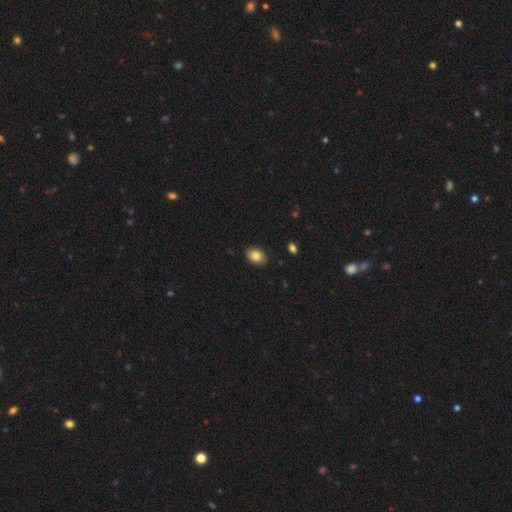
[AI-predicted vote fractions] Smooth or featured?
  - smooth: 84% *
  - star or artifact: 8%
  - featured or disk: 8%
How rounded?
  - in between: 78% *
  - round: 21%
  - cigar-shaped: 1%
Merging?
  - none: 88% *
  - minor disturbance: 9%
  - major disturbance: 2%
  - merger: 1%